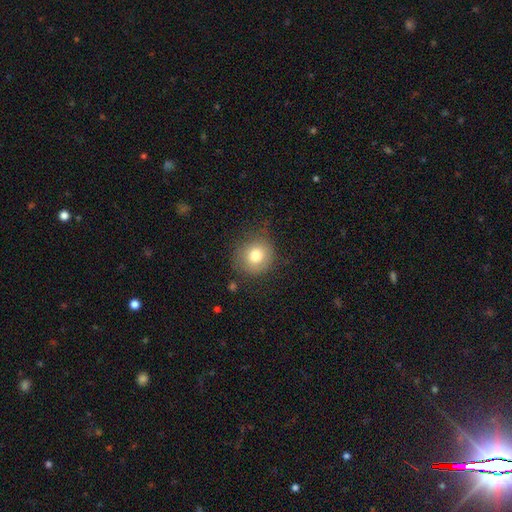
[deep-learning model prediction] This appears to be a smooth galaxy with no disk features (76%) that is round (86%). Merging: none (75%).